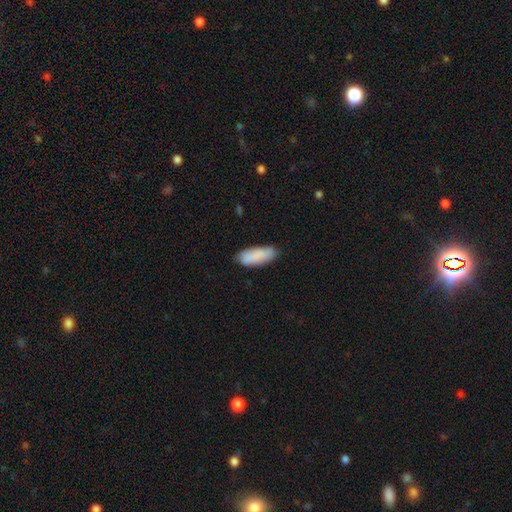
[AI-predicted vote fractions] Overall: smooth (85%). How rounded: in between (76%). Merging: none (77%).